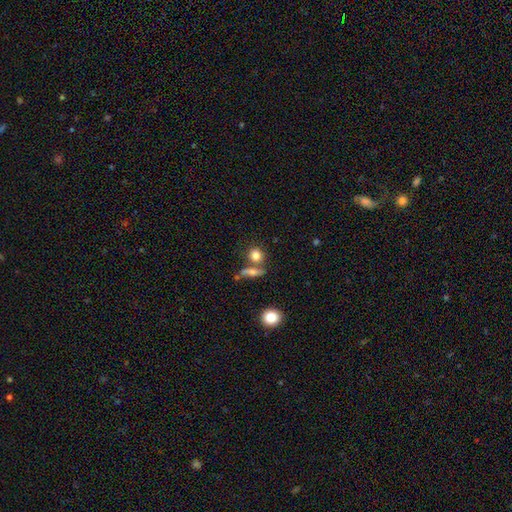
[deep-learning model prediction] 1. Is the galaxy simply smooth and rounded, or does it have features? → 78% smooth, 12% featured or disk, 10% star or artifact.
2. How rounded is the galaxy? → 77% round, 18% in between, 5% cigar-shaped.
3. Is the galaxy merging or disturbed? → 61% none, 25% merger, 10% minor disturbance, 4% major disturbance.